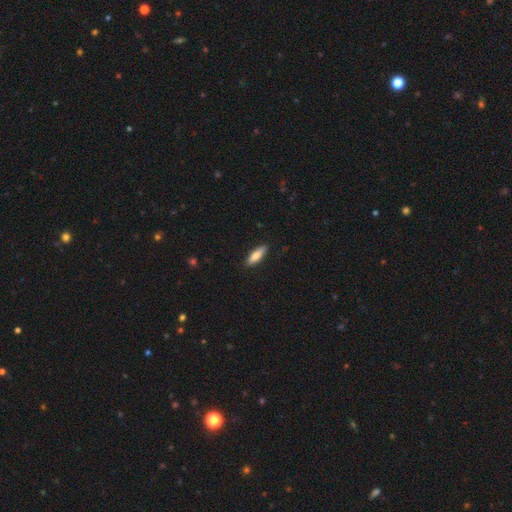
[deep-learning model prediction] Overall: smooth (76%). How rounded: cigar-shaped (54%; in between 45%). Merging: none (88%).